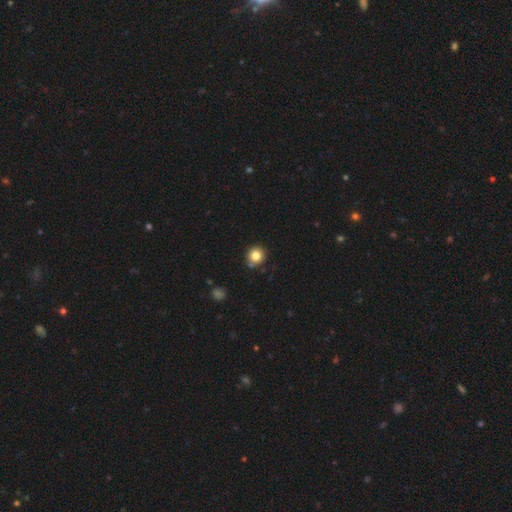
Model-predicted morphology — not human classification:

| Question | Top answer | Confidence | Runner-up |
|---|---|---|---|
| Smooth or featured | smooth | 82% | star or artifact (12%) |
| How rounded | round | 90% | in between (10%) |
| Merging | none | 81% | minor disturbance (13%) |